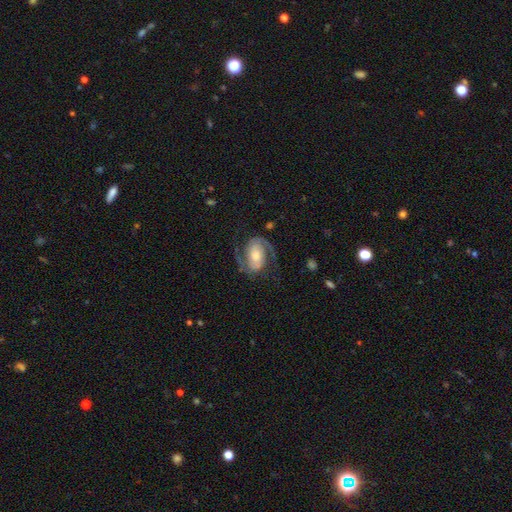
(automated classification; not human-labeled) The model was most divided on "bar": no: 44%, weak: 36%, strong: 20%. More confident: edge-on disk — no (98%); spiral arms — yes (97%); spiral arm count — 2 (93%); smooth or featured — featured or disk (87%); merging — none (75%); spiral winding — medium (55%); bulge size — moderate (51%).